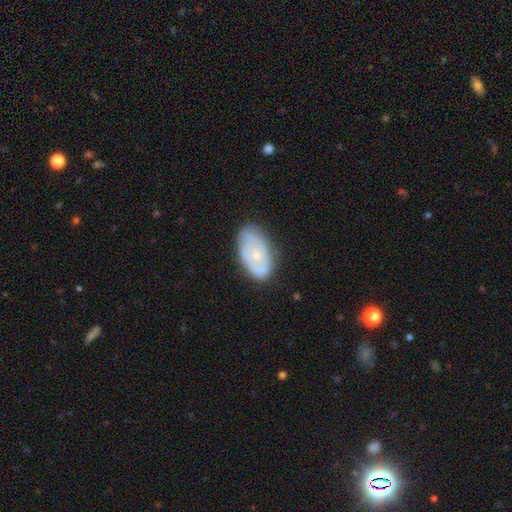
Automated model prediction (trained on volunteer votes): This appears to be a featured or disk galaxy (51%). Merging: none (70%).